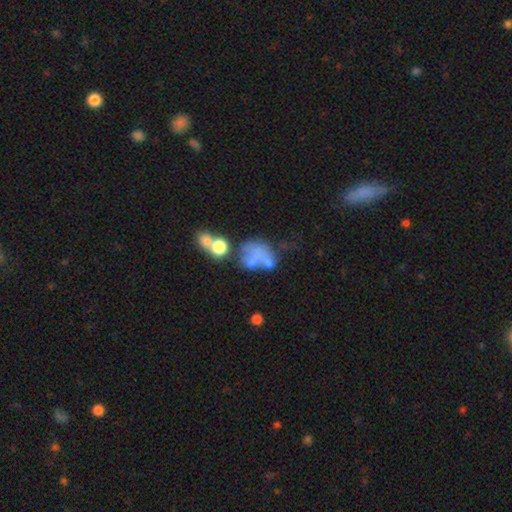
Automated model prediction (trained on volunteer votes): This appears to be a smooth galaxy with no disk features (53%) that is in between round and cigar-shaped (53%). Merging: merger (35%).